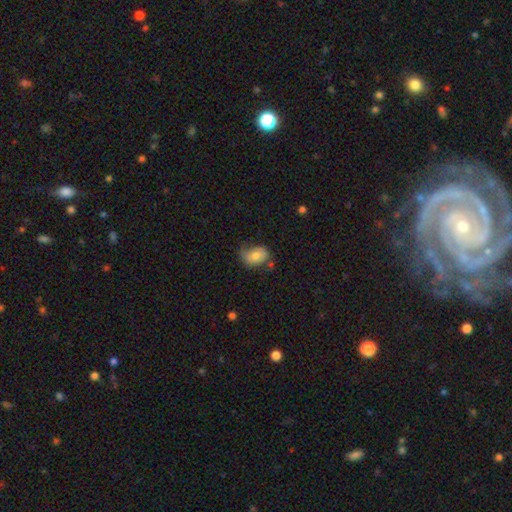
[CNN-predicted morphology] This appears to be a smooth galaxy with no disk features (69%) that is in between round and cigar-shaped (80%). Merging: none (48%).